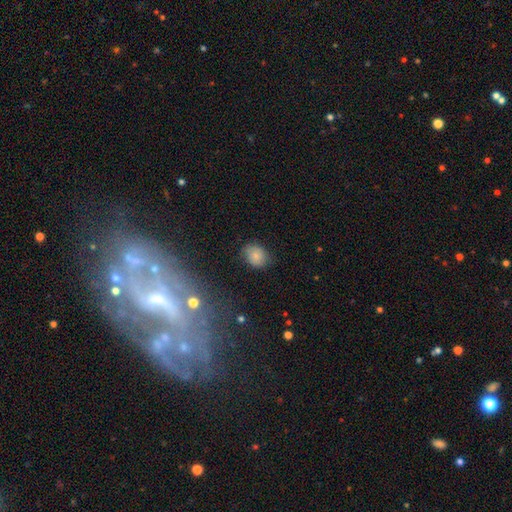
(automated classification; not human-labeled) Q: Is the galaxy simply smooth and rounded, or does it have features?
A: smooth — 78%.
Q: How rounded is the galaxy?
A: round — 53%.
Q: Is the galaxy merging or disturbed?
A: none — 75%.